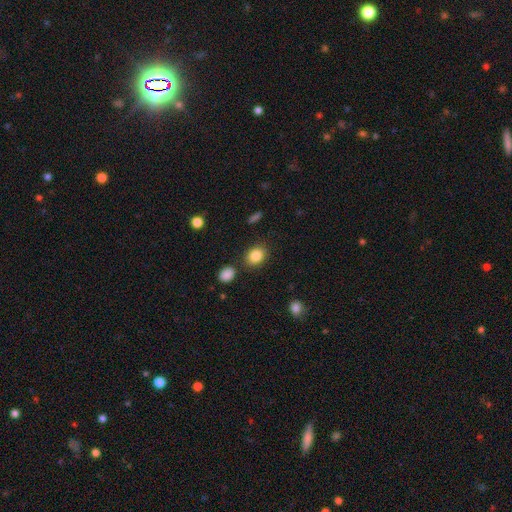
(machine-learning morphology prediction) This appears to be a smooth galaxy with no disk features (85%) that is in between round and cigar-shaped (63%). Merging: none (81%).